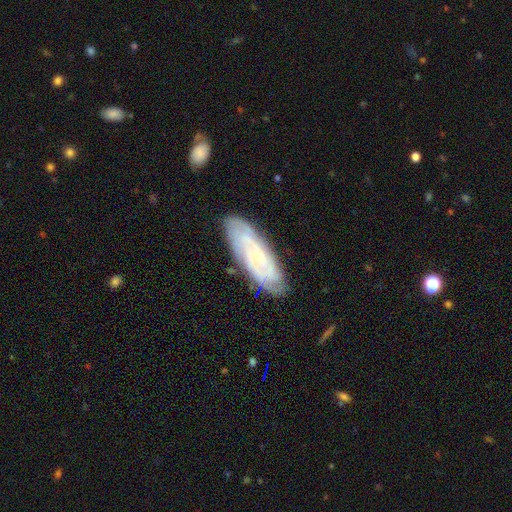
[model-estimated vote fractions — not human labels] Smooth or featured? featured or disk (69%)
Edge-on disk? no (85%)
Bar? no (65%)
Spiral arms? yes (91%)
Spiral winding? tight (70%)
Spiral arm count? can't tell (49%)
Bulge size? small (76%)
Merging? none (80%)